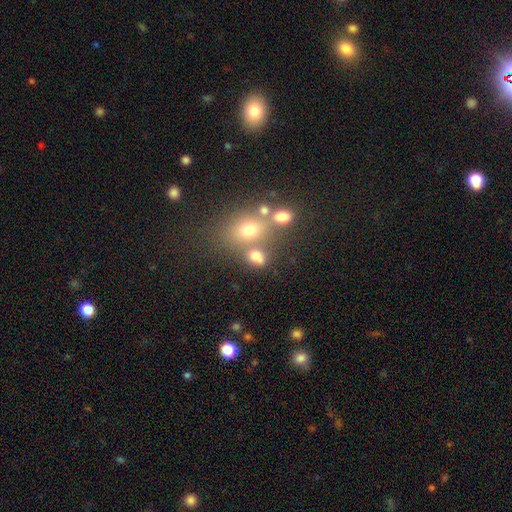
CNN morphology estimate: smooth 70%, star or artifact 17%, featured or disk 13%. Down the decision tree: how rounded — in between (62%); merging — none (48%).